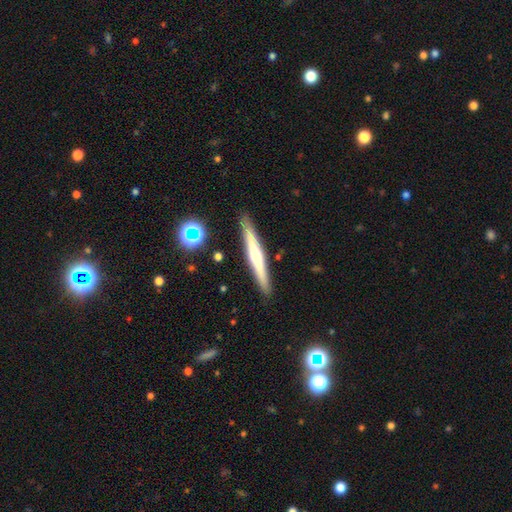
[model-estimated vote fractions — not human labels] This is possibly a featured or disk galaxy (56%). It is clearly viewed edge-on (96%). Edge-on bulge: likely rounded (69%). Merging: clearly none (89%).